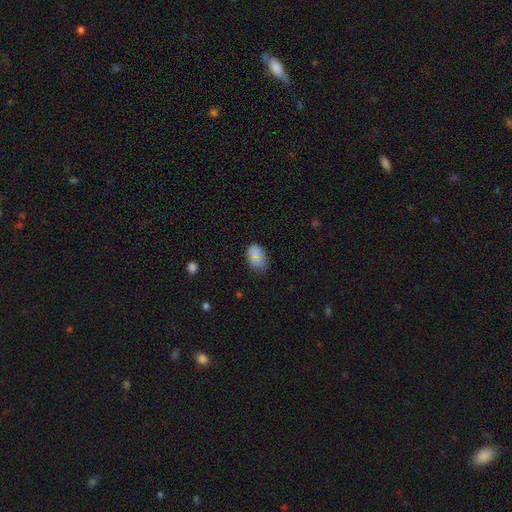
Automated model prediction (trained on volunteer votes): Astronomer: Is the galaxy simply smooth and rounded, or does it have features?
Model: smooth — 77%.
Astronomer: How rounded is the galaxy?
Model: in between — 85%.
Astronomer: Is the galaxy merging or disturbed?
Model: none — 62%.